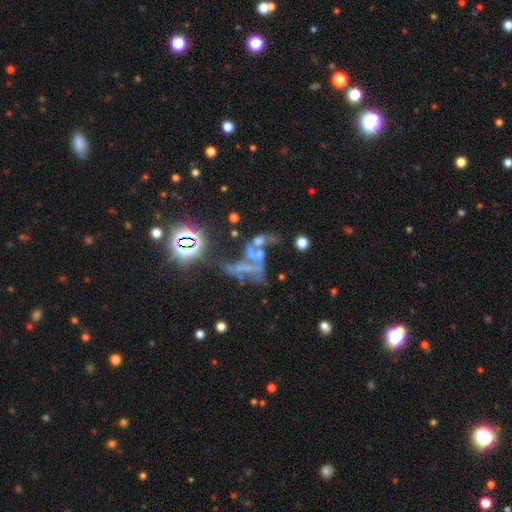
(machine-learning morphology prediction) smooth-or-featured: featured or disk: 41% | star or artifact: 40% | smooth: 19%
  merging: merger: 44% | major disturbance: 25% | none: 21% | minor disturbance: 10%